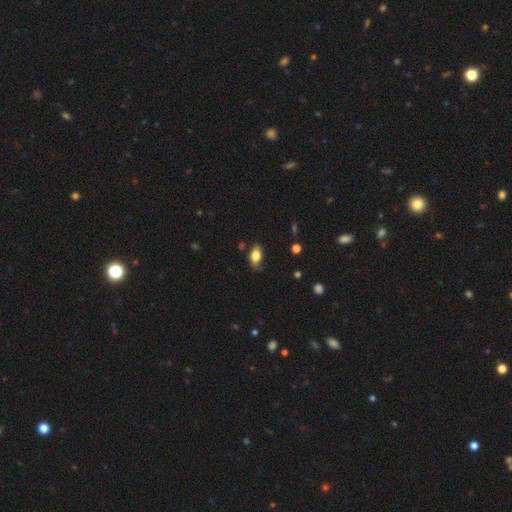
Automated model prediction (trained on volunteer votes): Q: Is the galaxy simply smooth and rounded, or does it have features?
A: smooth — 77%.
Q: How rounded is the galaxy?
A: in between — 87%.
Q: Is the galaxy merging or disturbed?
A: none — 67%.